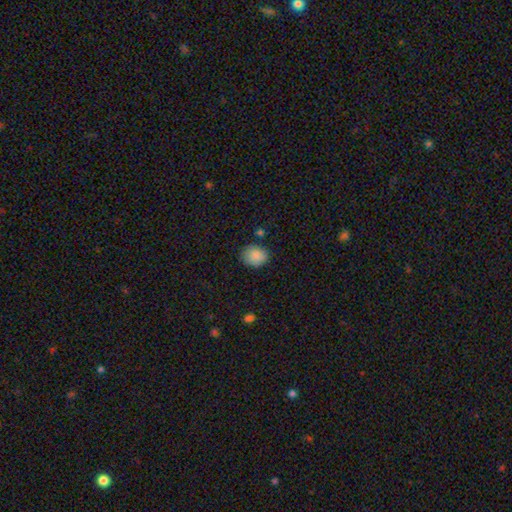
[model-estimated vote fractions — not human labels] Morphology: type=smooth (85%); roundness=round (56%); merging=none (78%).